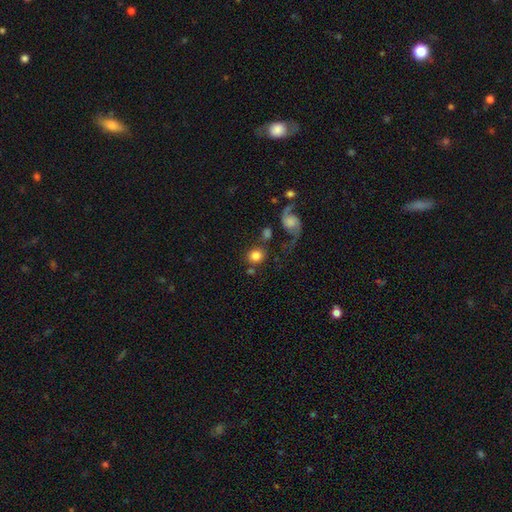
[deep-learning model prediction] A smooth galaxy with no disk features (78%) that is round (84%). Merging: none (70%).